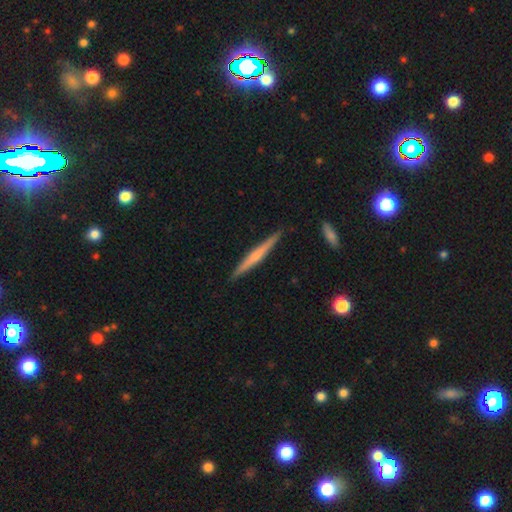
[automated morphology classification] Smooth or featured? featured or disk (55%)
Edge-on disk? yes (98%)
Edge-on bulge? rounded (47%)
Merging? none (91%)